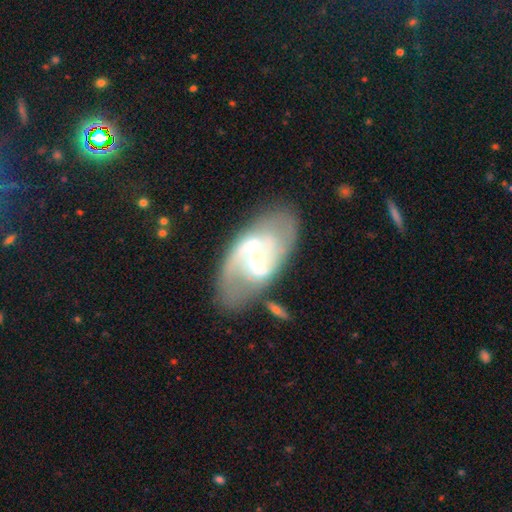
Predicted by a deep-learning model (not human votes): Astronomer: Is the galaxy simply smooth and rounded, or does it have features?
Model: featured or disk — 84%.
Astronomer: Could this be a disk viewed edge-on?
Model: no — 96%.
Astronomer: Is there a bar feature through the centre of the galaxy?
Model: weak — 44% (runner-up: strong, 41%).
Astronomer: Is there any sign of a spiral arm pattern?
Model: yes — 92%.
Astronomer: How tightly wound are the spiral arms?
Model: medium — 46% (runner-up: loose, 37%).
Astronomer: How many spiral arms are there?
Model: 2 — 82%.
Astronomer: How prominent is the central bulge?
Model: small — 66%.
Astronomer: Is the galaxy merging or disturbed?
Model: none — 63%.